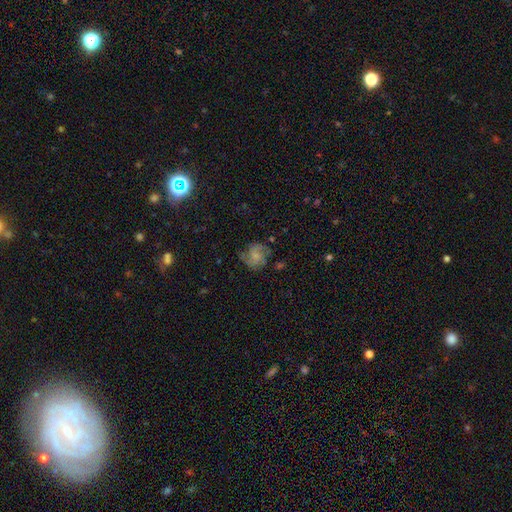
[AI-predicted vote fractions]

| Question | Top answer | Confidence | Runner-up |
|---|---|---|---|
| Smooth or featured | featured or disk | 51% | smooth (39%) |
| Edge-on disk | no | 98% | yes (2%) |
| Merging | none | 61% | minor disturbance (22%) |